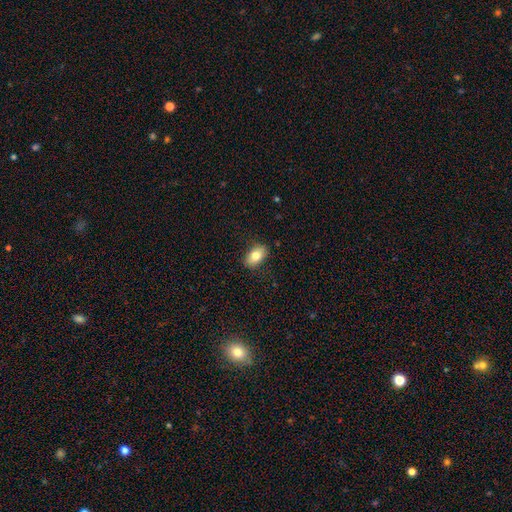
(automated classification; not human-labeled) Smooth or featured? smooth (80%)
How rounded? in between (89%)
Merging? none (85%)